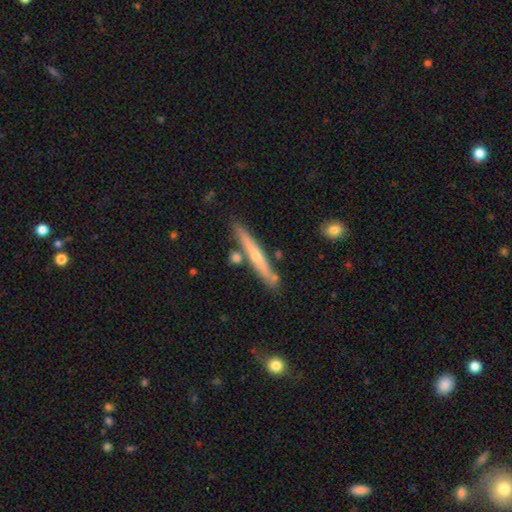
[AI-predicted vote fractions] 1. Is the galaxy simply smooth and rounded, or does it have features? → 51% featured or disk, 43% smooth, 6% star or artifact.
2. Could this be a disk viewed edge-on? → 94% yes, 6% no.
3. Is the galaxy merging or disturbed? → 81% none, 11% minor disturbance, 6% merger, 2% major disturbance.